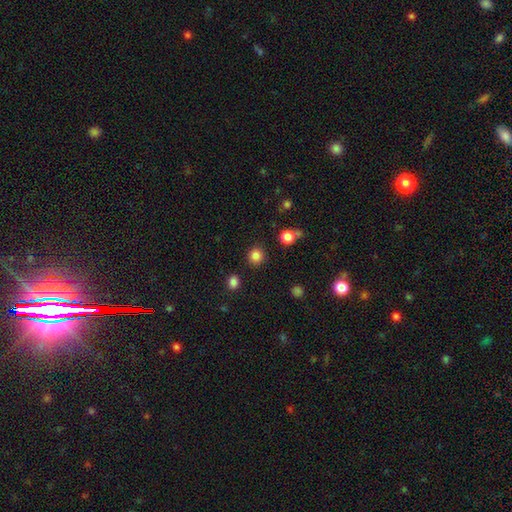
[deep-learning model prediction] Q: Smooth or featured?
A: smooth (83%); runner-up: star or artifact (13%)
Q: How rounded?
A: round (91%); runner-up: in between (8%)
Q: Merging?
A: none (90%); runner-up: minor disturbance (6%)